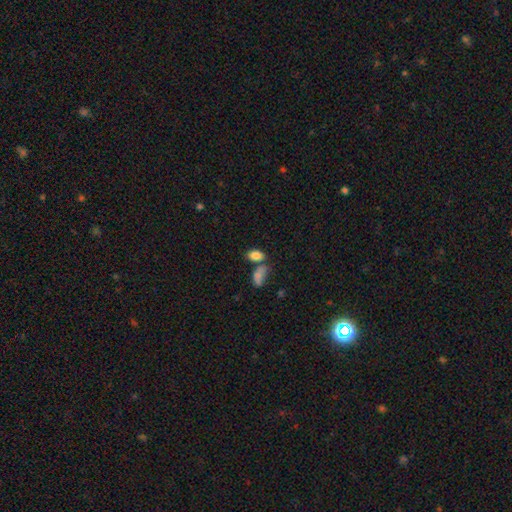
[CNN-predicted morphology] type=smooth (83%); roundness=in between (90%); merging=none (48%).